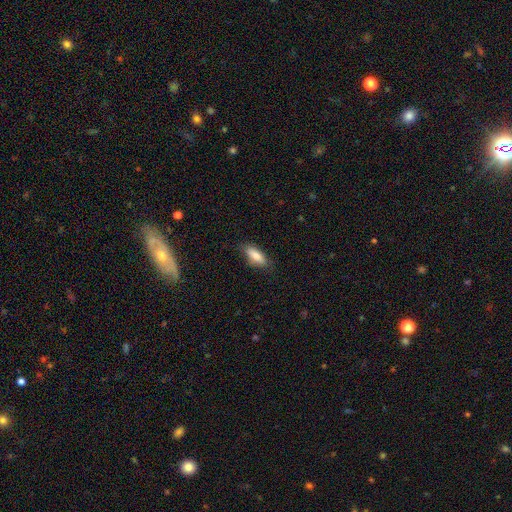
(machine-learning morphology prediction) This appears to be a smooth galaxy with no disk features (83%) that is in between round and cigar-shaped (63%). Merging: none (81%).